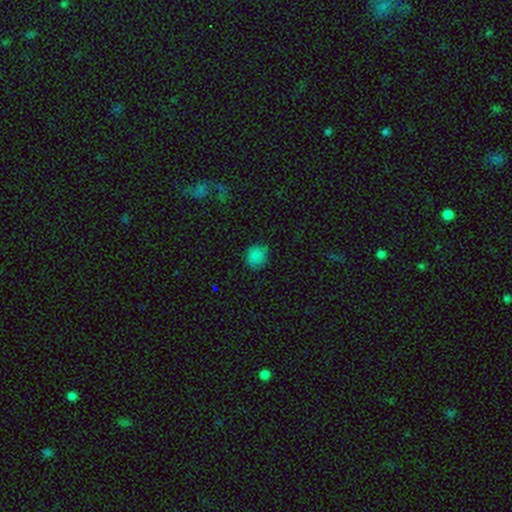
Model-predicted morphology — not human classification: Q: Smooth or featured?
A: smooth (83%); runner-up: star or artifact (13%)
Q: How rounded?
A: round (83%); runner-up: in between (16%)
Q: Merging?
A: none (76%); runner-up: minor disturbance (19%)